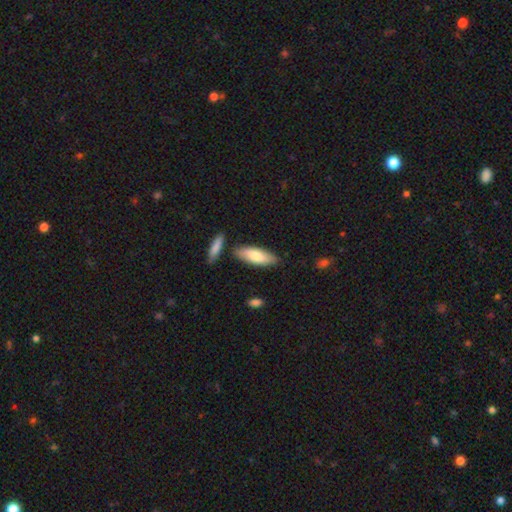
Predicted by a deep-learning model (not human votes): Smooth or featured: smooth — 78% (featured or disk — 17%)
How rounded: in between — 65% (cigar-shaped — 34%)
Merging: none — 79% (minor disturbance — 13%)